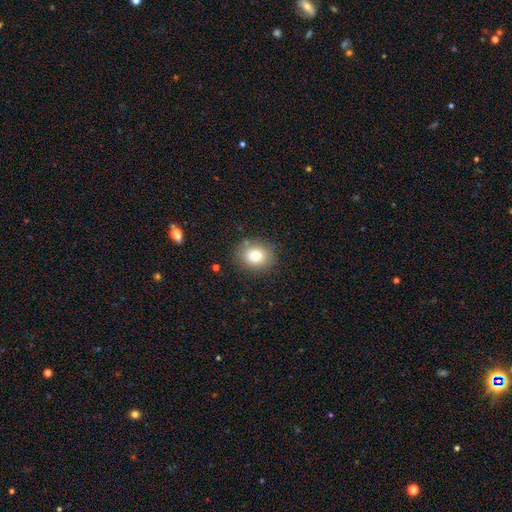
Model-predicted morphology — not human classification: smooth_or_featured: smooth (p=0.77) [alt: featured or disk p=0.12]
how_rounded: round (p=0.68) [alt: in between p=0.31]
merging: none (p=0.83) [alt: minor disturbance p=0.11]